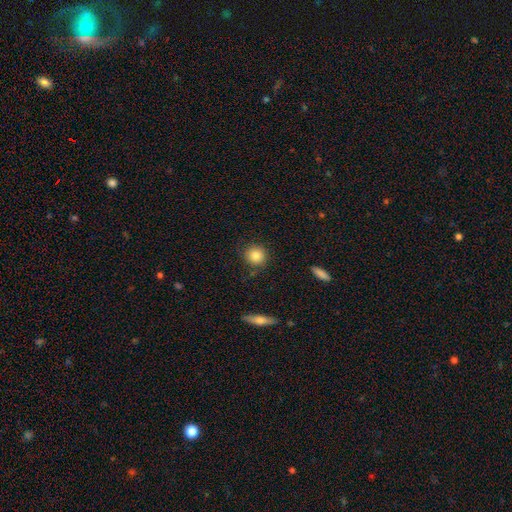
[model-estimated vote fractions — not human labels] Smooth or featured? smooth (84%)
How rounded? round (89%)
Merging? none (82%)